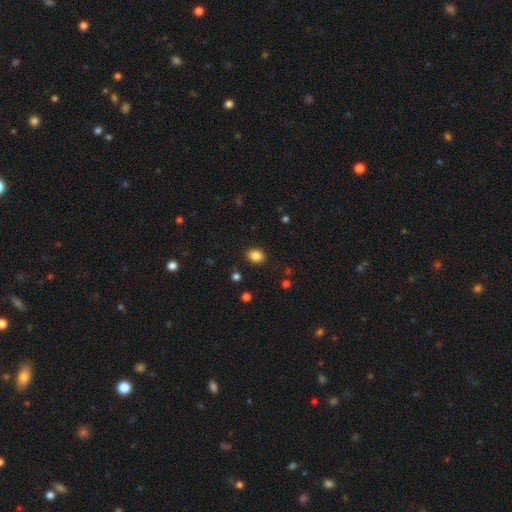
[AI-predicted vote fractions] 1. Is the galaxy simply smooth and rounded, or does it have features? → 86% smooth, 11% star or artifact, 4% featured or disk.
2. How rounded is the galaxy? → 52% in between, 47% round, 1% cigar-shaped.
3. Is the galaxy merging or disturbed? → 87% none, 9% minor disturbance, 3% major disturbance, 1% merger.